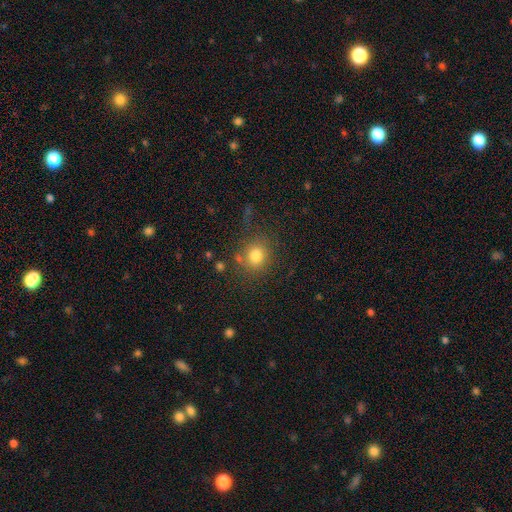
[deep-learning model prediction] Smooth or featured? smooth (79%)
How rounded? round (82%)
Merging? none (74%)